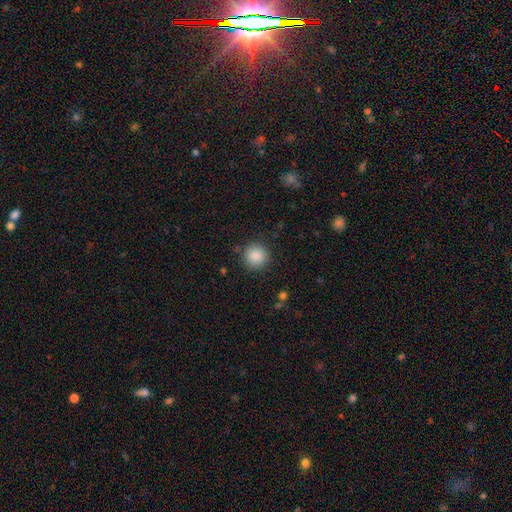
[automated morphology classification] Overall: smooth (88%). How rounded: round (94%). Merging: none (88%).